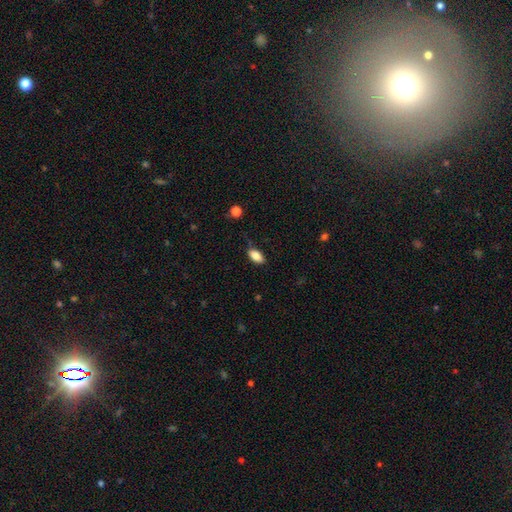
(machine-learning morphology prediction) Smooth or featured: smooth — 84% (featured or disk — 8%)
How rounded: in between — 91% (cigar-shaped — 6%)
Merging: none — 74% (minor disturbance — 20%)